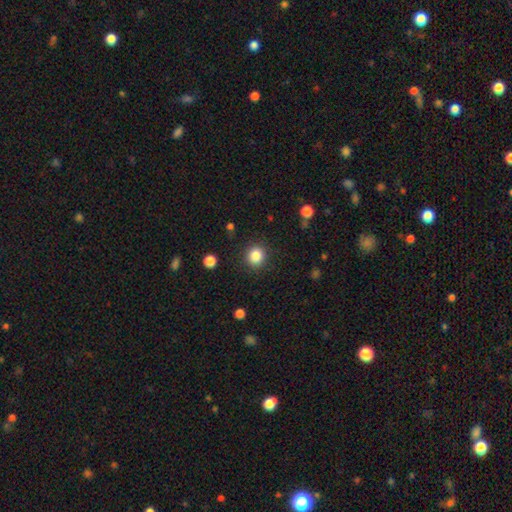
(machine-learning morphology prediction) smooth_or_featured: smooth (p=0.85) [alt: star or artifact p=0.11]
how_rounded: round (p=0.89) [alt: in between p=0.10]
merging: none (p=0.89) [alt: minor disturbance p=0.07]